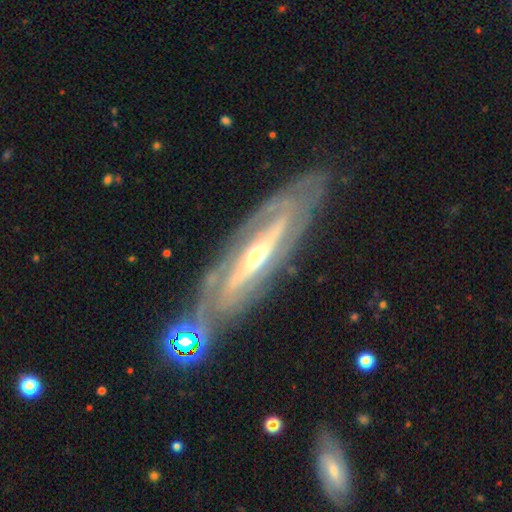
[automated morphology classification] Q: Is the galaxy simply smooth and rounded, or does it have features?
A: featured or disk — 86%.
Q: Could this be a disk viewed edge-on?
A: no — 75%.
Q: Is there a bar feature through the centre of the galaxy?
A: no — 41%.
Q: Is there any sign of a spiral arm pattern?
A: yes — 81%.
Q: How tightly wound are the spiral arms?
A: tight — 62%.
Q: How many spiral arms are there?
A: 2 — 41%.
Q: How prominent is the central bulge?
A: moderate — 53%.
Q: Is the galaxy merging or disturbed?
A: none — 74%.